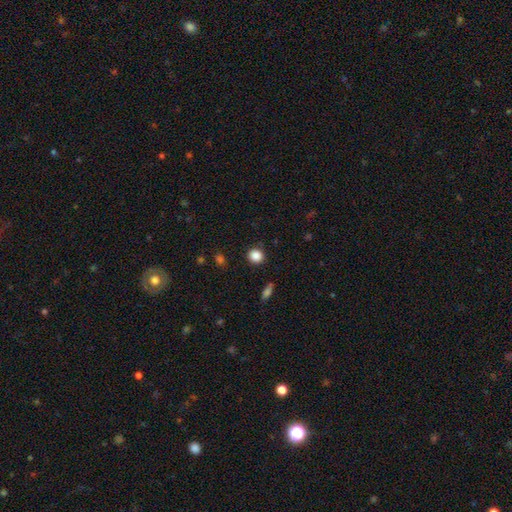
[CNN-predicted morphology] smooth-or-featured: smooth: 86% | star or artifact: 10% | featured or disk: 4%
  how-rounded: round: 86% | in between: 13% | cigar-shaped: 1%
  merging: none: 87% | minor disturbance: 8% | major disturbance: 3% | merger: 2%